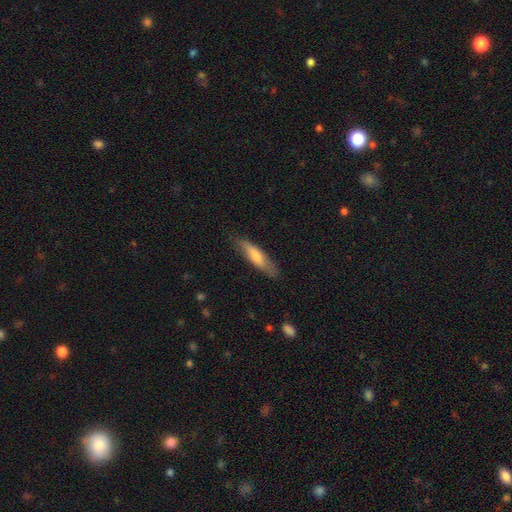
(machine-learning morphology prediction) A smooth galaxy with no disk features (66%) that is cigar-shaped (69%). Merging: none (80%).